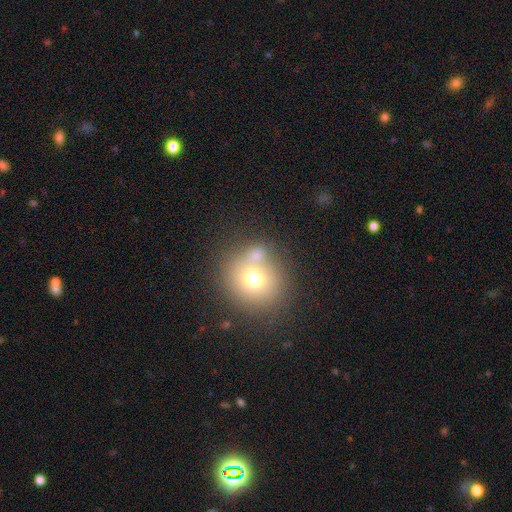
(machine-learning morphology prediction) A smooth galaxy with no disk features (68%) that is round (82%).

Vote fractions:
- Smooth or featured? smooth: 68% / featured or disk: 17% / star or artifact: 15%
- How rounded? round: 82% / in between: 17% / cigar-shaped: 1%
- Merging? none: 54% / merger: 28% / minor disturbance: 12% / major disturbance: 6%